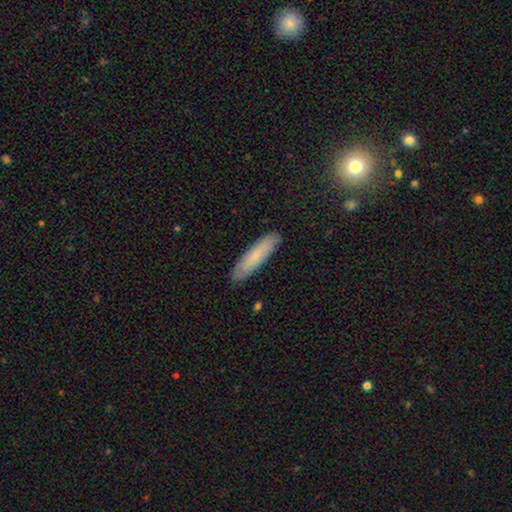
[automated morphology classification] smooth-or-featured: smooth: 76% | featured or disk: 18% | star or artifact: 6%
  how-rounded: cigar-shaped: 81% | in between: 17% | round: 1%
  merging: none: 89% | minor disturbance: 8% | major disturbance: 2% | merger: 1%